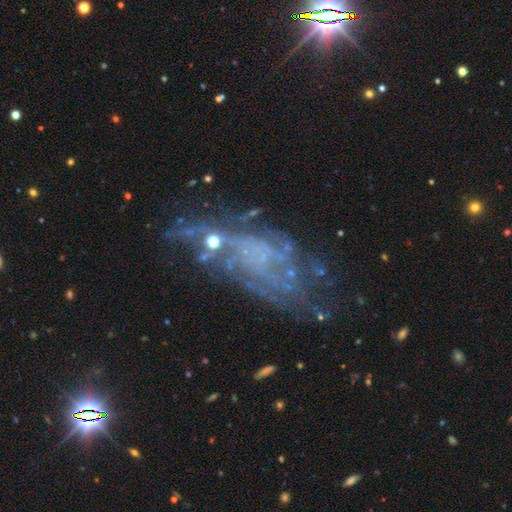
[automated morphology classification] type=featured or disk (66%); edge-on=no (92%); bar=no (77%); spiral arms=yes (63%); bulge=none (67%); merging=none (51%).